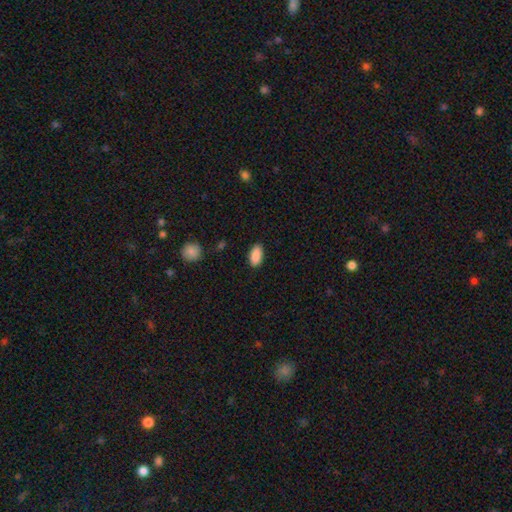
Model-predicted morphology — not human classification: The model was most divided on "merging": none: 87%, minor disturbance: 10%, major disturbance: 2%, merger: 1%. More confident: how rounded — in between (92%); smooth or featured — smooth (90%).